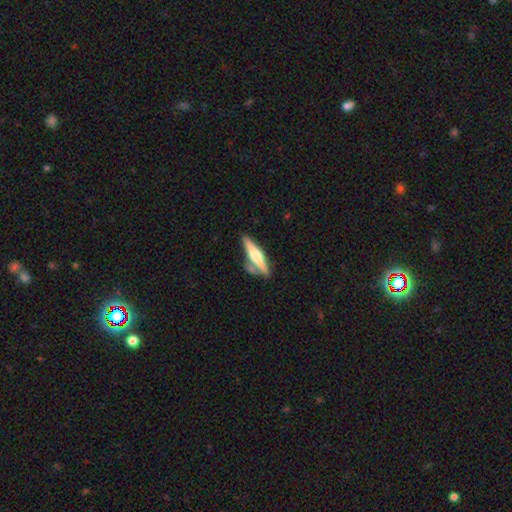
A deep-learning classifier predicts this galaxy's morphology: Q: Smooth or featured?
A: featured or disk (57%); runner-up: smooth (38%)
Q: Edge-on disk?
A: yes (95%); runner-up: no (5%)
Q: Edge-on bulge?
A: rounded (86%); runner-up: boxy (9%)
Q: Merging?
A: none (66%); runner-up: minor disturbance (15%)